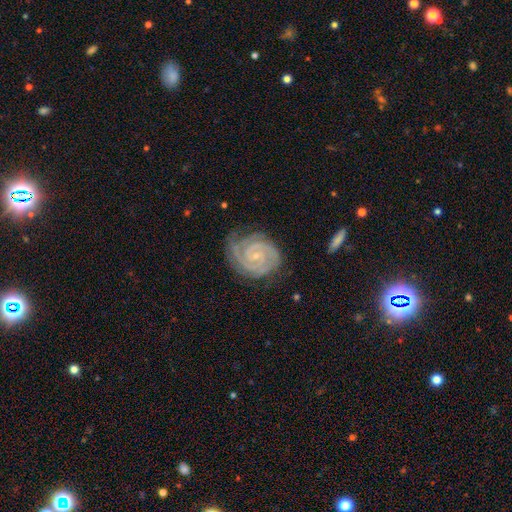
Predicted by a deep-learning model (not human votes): smooth_or_featured: featured or disk (p=0.92) [alt: star or artifact p=0.05]
disk_edge_on: no (p=0.98) [alt: yes p=0.02]
bar: no (p=0.60) [alt: weak p=0.30]
has_spiral_arms: yes (p=0.99) [alt: no p=0.01]
spiral_winding: tight (p=0.83) [alt: medium p=0.15]
spiral_arm_count: 2 (p=0.57) [alt: 3 p=0.21]
bulge_size: small (p=0.81) [alt: moderate p=0.14]
merging: none (p=0.74) [alt: minor disturbance p=0.19]